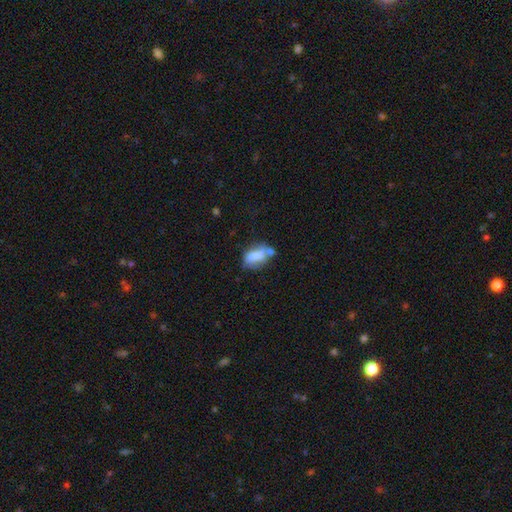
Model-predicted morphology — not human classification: This appears to be a smooth galaxy with no disk features (68%) that is in between round and cigar-shaped (82%). Merging: none (40%).